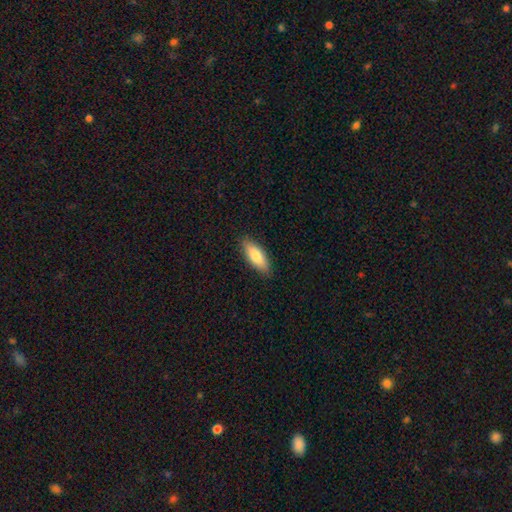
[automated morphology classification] smooth_or_featured: smooth (p=0.78) [alt: featured or disk p=0.16]
how_rounded: in between (p=0.68) [alt: cigar-shaped p=0.30]
merging: none (p=0.88) [alt: minor disturbance p=0.09]